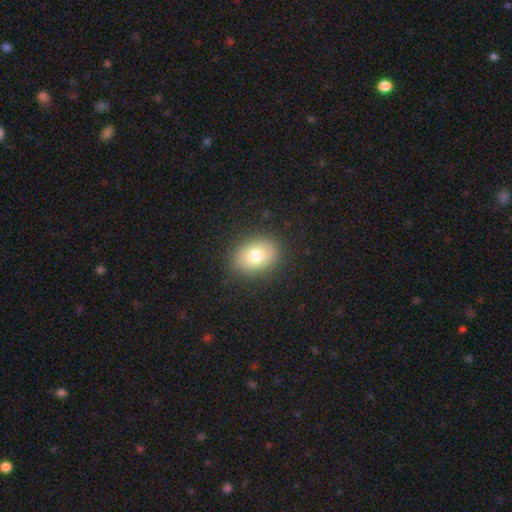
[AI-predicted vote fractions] This is likely a smooth galaxy (77%). How rounded: likely in between (67%). Merging: clearly none (87%).